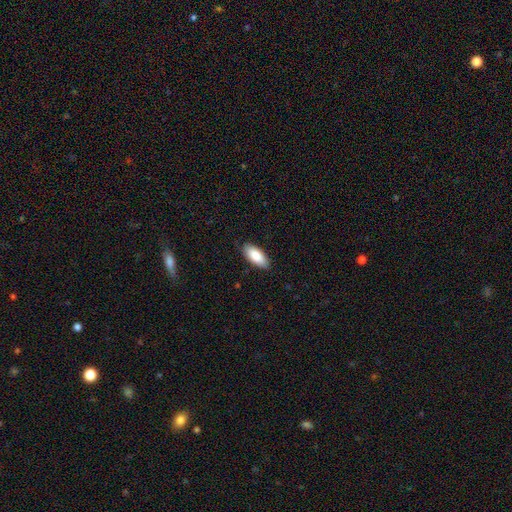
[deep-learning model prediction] Smooth or featured: smooth — 87% (featured or disk — 7%)
How rounded: in between — 90% (cigar-shaped — 9%)
Merging: none — 86% (minor disturbance — 11%)